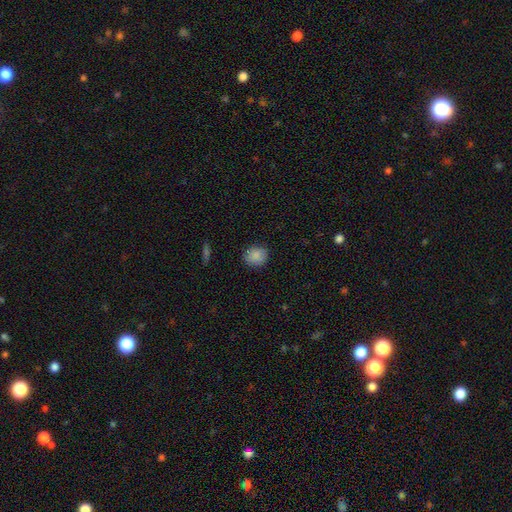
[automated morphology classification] A smooth galaxy with no disk features (87%) that is round (75%).

Vote fractions:
- Smooth or featured? smooth: 87% / star or artifact: 8% / featured or disk: 5%
- How rounded? round: 75% / in between: 24% / cigar-shaped: 1%
- Merging? none: 86% / minor disturbance: 10% / major disturbance: 2% / merger: 1%